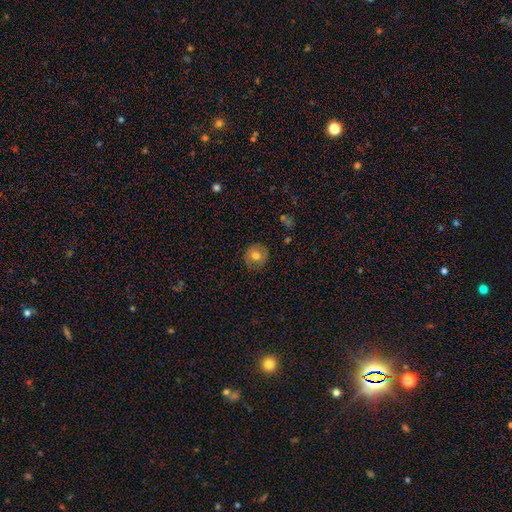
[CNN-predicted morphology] Smooth or featured?
  - smooth: 73% *
  - featured or disk: 17%
  - star or artifact: 10%
How rounded?
  - round: 91% *
  - in between: 8%
  - cigar-shaped: 1%
Merging?
  - none: 84% *
  - minor disturbance: 13%
  - major disturbance: 3%
  - merger: 1%